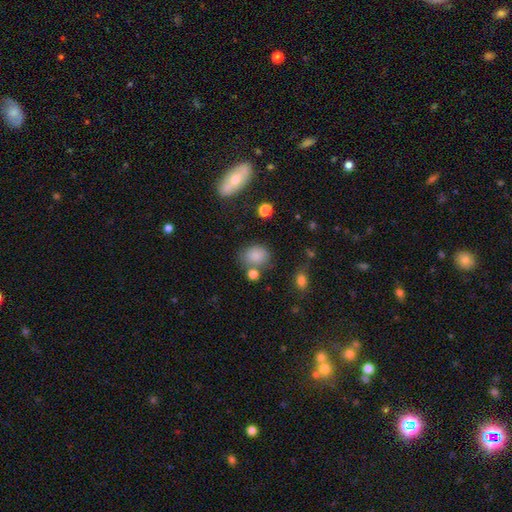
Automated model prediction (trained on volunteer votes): Smooth or featured: smooth — 81% (star or artifact — 11%)
How rounded: in between — 50% (round — 49%)
Merging: none — 64% (minor disturbance — 18%)